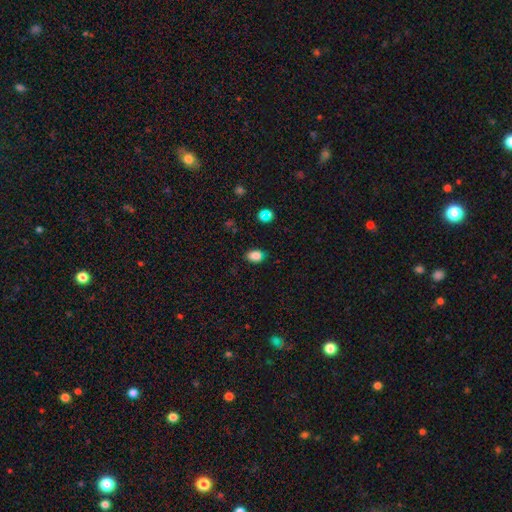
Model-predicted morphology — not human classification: Smooth or featured? smooth (82%)
How rounded? in between (73%)
Merging? none (79%)